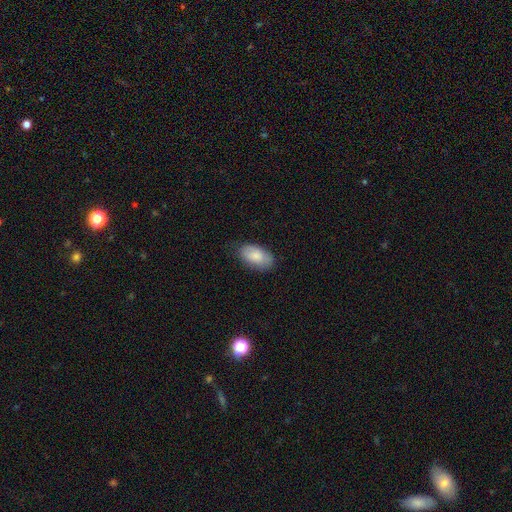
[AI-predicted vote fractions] The model was most divided on "merging": none: 74%, minor disturbance: 20%, major disturbance: 4%, merger: 1%. More confident: how rounded — in between (94%); smooth or featured — smooth (82%).